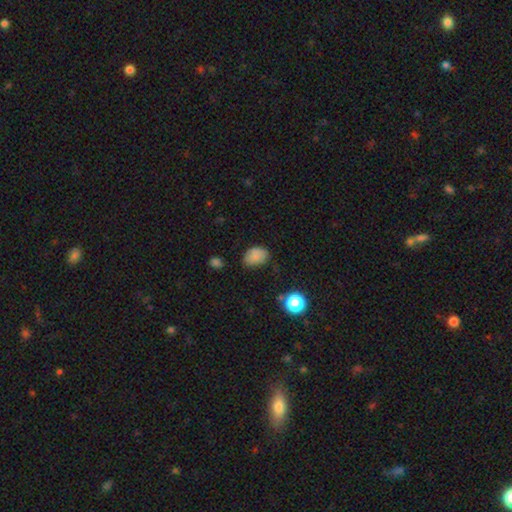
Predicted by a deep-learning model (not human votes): Q: Smooth or featured?
A: smooth (80%); runner-up: star or artifact (12%)
Q: How rounded?
A: in between (79%); runner-up: round (20%)
Q: Merging?
A: none (63%); runner-up: minor disturbance (28%)